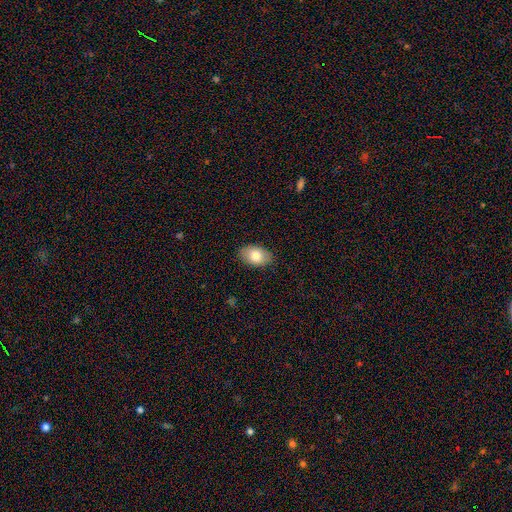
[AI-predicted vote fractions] A smooth galaxy with no disk features (79%) that is in between round and cigar-shaped (89%).

Vote fractions:
- Smooth or featured? smooth: 79% / featured or disk: 14% / star or artifact: 7%
- How rounded? in between: 89% / round: 9% / cigar-shaped: 1%
- Merging? none: 87% / minor disturbance: 10% / major disturbance: 2% / merger: 1%